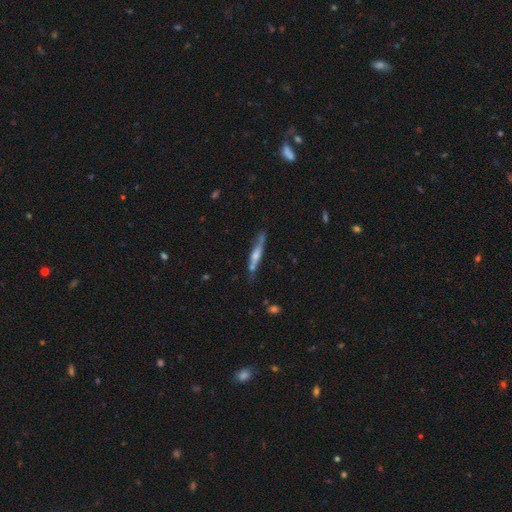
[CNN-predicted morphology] A featured or disk galaxy (54%) viewed edge-on (90%). Merging: none (67%).